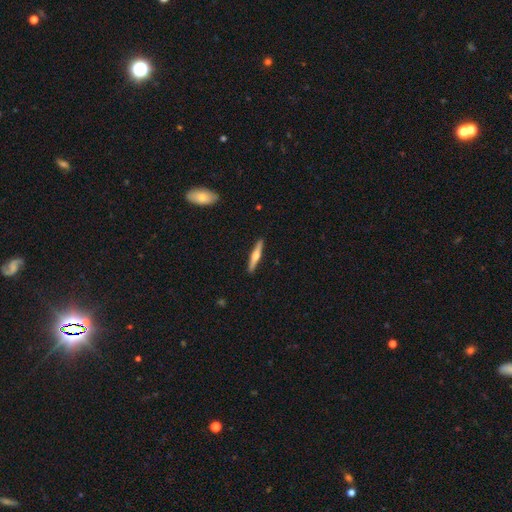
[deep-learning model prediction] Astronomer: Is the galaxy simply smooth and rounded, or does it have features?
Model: featured or disk — 58% (runner-up: smooth, 37%).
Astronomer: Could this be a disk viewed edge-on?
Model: yes — 97%.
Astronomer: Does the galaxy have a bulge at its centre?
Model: rounded — 90%.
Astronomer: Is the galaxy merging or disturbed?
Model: none — 91%.